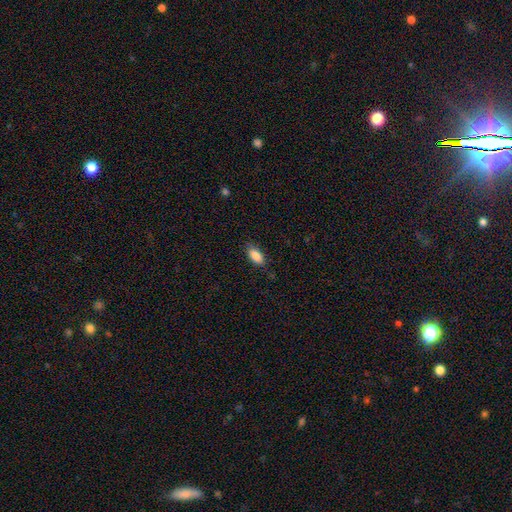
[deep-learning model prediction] The model was most divided on "merging": none: 82%, minor disturbance: 14%, major disturbance: 3%, merger: 1%. More confident: how rounded — in between (88%); smooth or featured — smooth (88%).